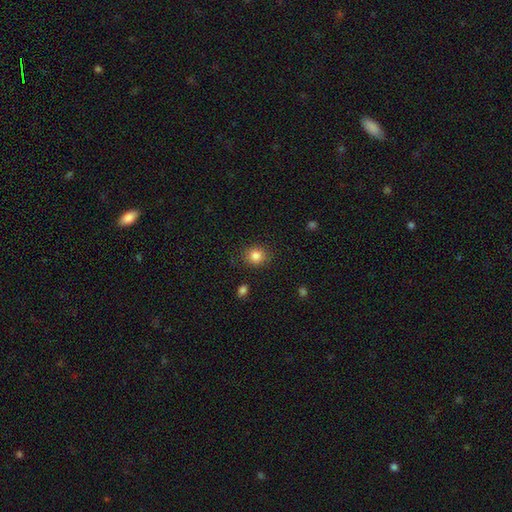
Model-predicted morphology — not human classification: smooth-or-featured: smooth: 85% | star or artifact: 10% | featured or disk: 5%
  how-rounded: round: 81% | in between: 18% | cigar-shaped: 1%
  merging: none: 87% | minor disturbance: 9% | major disturbance: 3% | merger: 2%